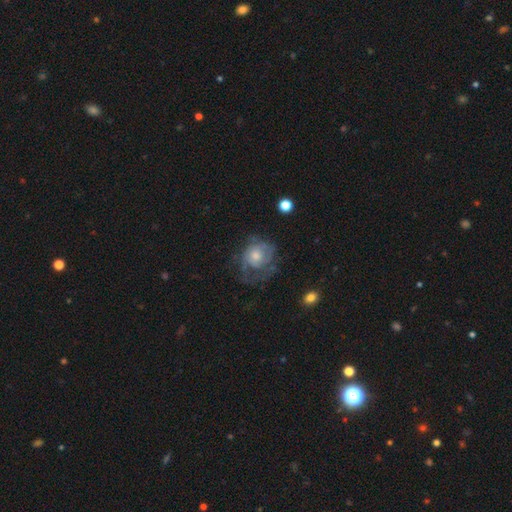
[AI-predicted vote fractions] This is likely a featured or disk galaxy (63%). It is clearly not viewed edge-on (97%). Bar: clearly no (80%). Spiral arm pattern: likely yes (72%). Central bulge: possibly moderate (53%). Merging: possibly none (53%).